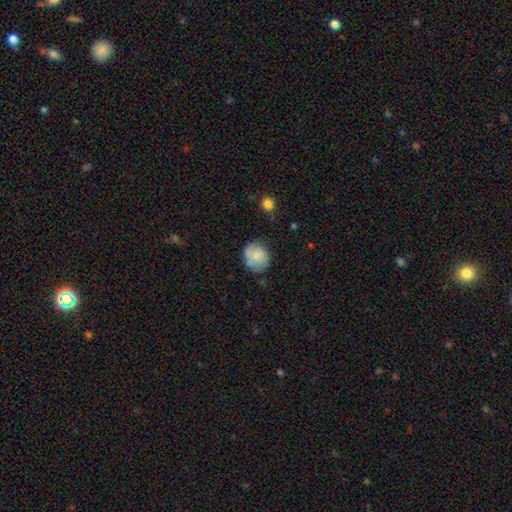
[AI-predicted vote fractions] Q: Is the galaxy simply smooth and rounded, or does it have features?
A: smooth — 61%.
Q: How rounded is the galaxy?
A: round — 78%.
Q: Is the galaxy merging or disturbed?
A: none — 61%.